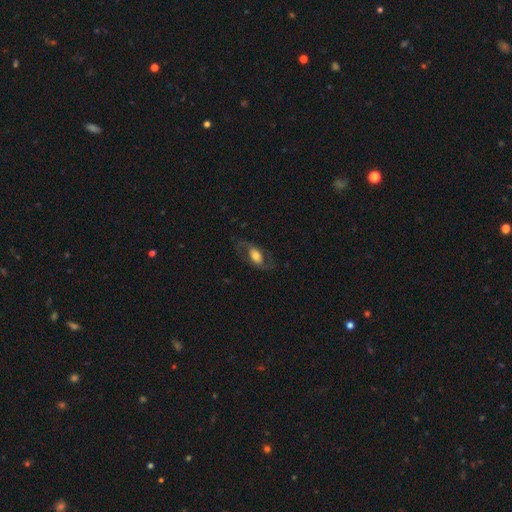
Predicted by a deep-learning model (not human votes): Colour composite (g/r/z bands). It shows a featured or disk galaxy (53%). Merging: none (68%).